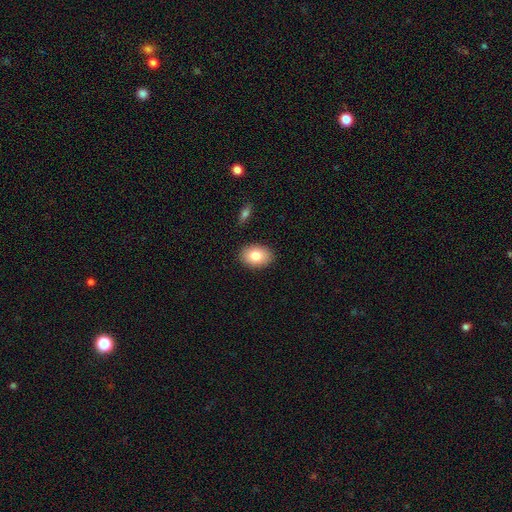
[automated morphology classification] This is clearly a smooth galaxy (80%). How rounded: clearly in between (81%). Merging: clearly none (88%).